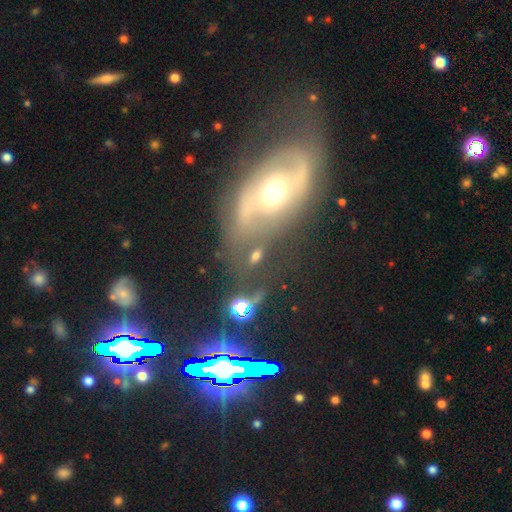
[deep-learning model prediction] Smooth or featured? Predicted: smooth (p=0.51). How rounded? Predicted: in between (p=0.70). Merging? Predicted: none (p=0.47).